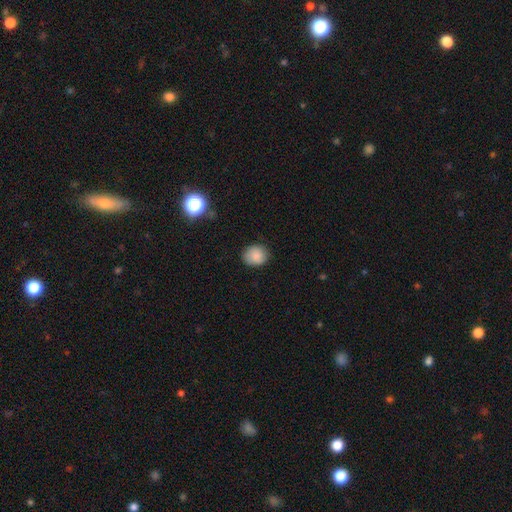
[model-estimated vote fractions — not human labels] This appears to be a smooth galaxy with no disk features (84%) that is round (69%). Merging: none (84%).